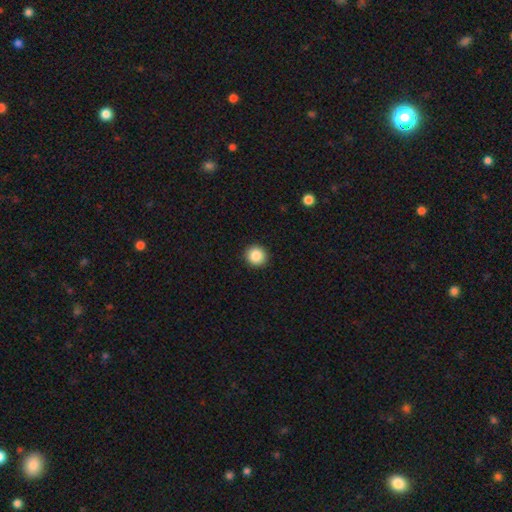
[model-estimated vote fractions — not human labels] Morphology: type=smooth (87%); roundness=round (94%); merging=none (93%).